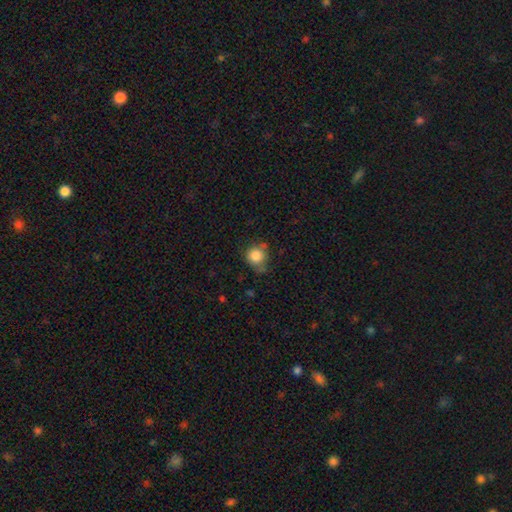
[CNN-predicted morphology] Q: Smooth or featured?
A: smooth (84%); runner-up: star or artifact (10%)
Q: How rounded?
A: round (89%); runner-up: in between (10%)
Q: Merging?
A: none (62%); runner-up: minor disturbance (26%)